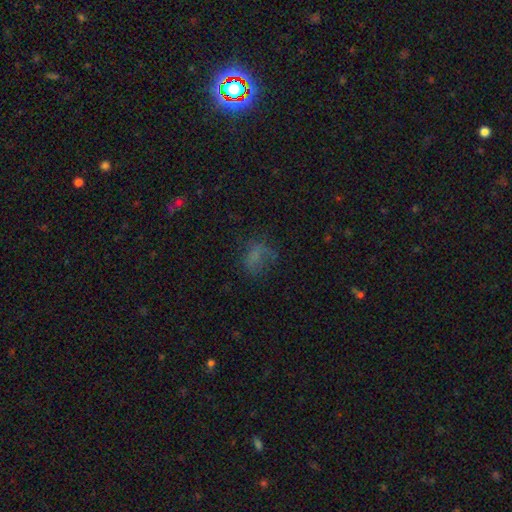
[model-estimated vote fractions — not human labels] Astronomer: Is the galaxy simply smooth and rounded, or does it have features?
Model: smooth — 55%.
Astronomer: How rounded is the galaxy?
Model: in between — 63%.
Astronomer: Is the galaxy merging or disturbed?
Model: none — 44% (runner-up: major disturbance, 29%).